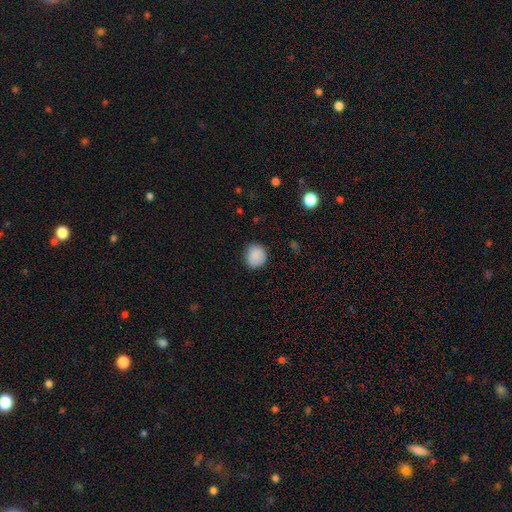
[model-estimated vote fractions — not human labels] A smooth galaxy with no disk features (88%) that is round (83%).

Vote fractions:
- Smooth or featured? smooth: 88% / star or artifact: 8% / featured or disk: 4%
- How rounded? round: 83% / in between: 16% / cigar-shaped: 1%
- Merging? none: 85% / minor disturbance: 12% / major disturbance: 3% / merger: 1%